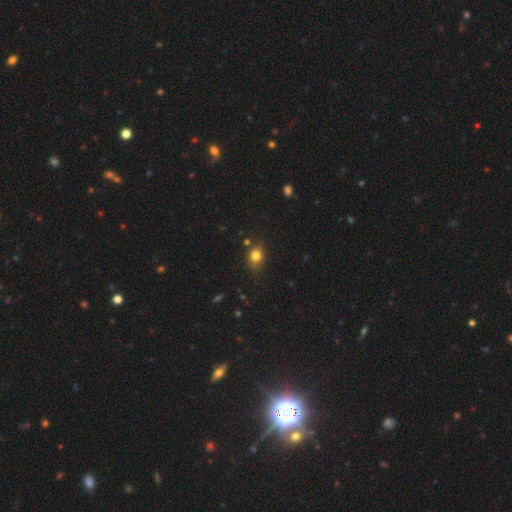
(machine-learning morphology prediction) Overall: smooth (80%). How rounded: round (55%; in between 44%). Merging: none (74%).